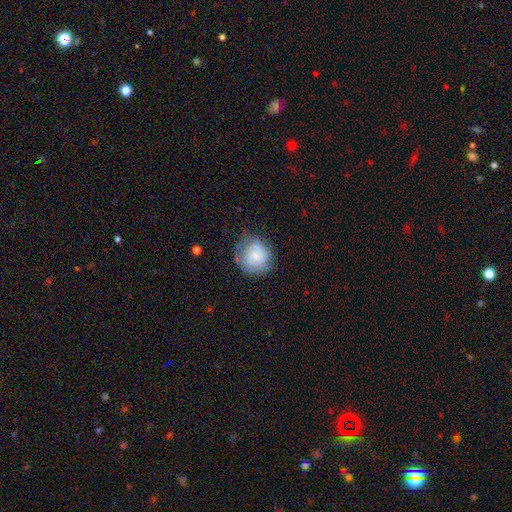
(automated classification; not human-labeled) A featured or disk galaxy (53%) with no bar (66%), spiral arms (85%) and a small central bulge (56%).

Vote fractions:
- Smooth or featured? featured or disk: 53% / smooth: 39% / star or artifact: 8%
- Edge-on disk? no: 98% / yes: 2%
- Bar? no: 66% / weak: 30% / strong: 4%
- Spiral arms? yes: 85% / no: 15%
- Bulge size? small: 56% / none: 21% / moderate: 19% / large: 3% / dominant: 1%
- Merging? none: 67% / minor disturbance: 22% / major disturbance: 10% / merger: 1%